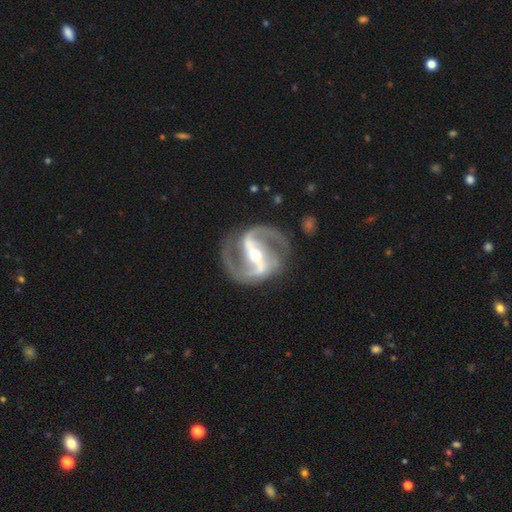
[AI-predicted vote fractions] featured or disk 93%, star or artifact 4%, smooth 3%. Down the decision tree: edge-on disk — no (97%); bar — strong (75%); spiral arms — yes (98%); spiral arm count — 2 (92%); spiral winding — medium (60%); bulge size — small (53%); merging — none (81%).